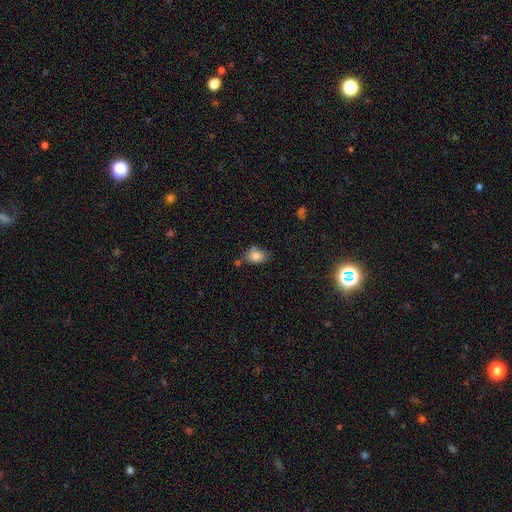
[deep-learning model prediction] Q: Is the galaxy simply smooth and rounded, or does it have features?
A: smooth — 83%.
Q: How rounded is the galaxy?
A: in between — 74%.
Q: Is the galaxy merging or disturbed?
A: none — 57%.